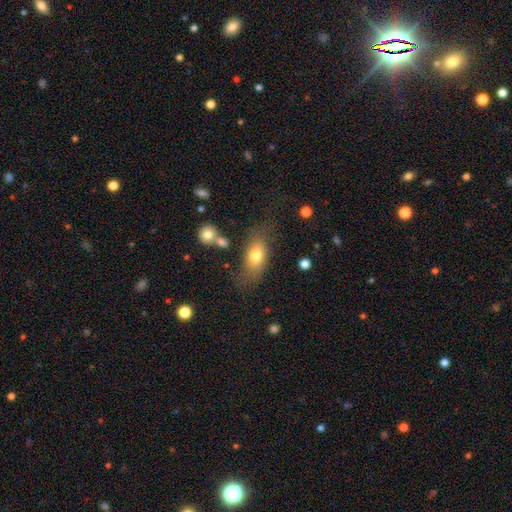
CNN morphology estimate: Smooth or featured: smooth — 73% (featured or disk — 18%)
How rounded: in between — 84% (round — 9%)
Merging: none — 62% (minor disturbance — 21%)